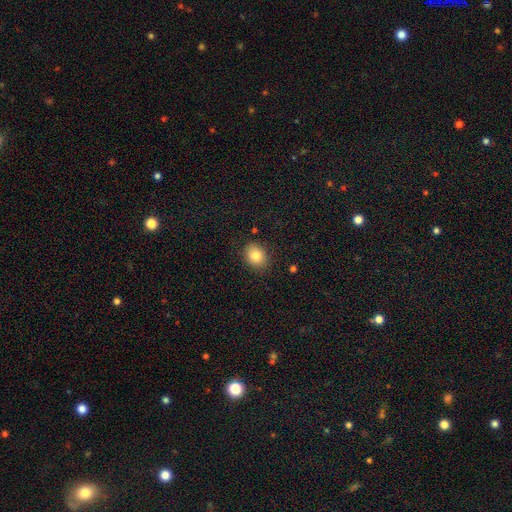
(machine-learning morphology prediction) A smooth galaxy with no disk features (82%) that is round (52%).

Vote fractions:
- Smooth or featured? smooth: 82% / star or artifact: 10% / featured or disk: 8%
- How rounded? round: 52% / in between: 47% / cigar-shaped: 1%
- Merging? none: 87% / minor disturbance: 10% / major disturbance: 3% / merger: 1%